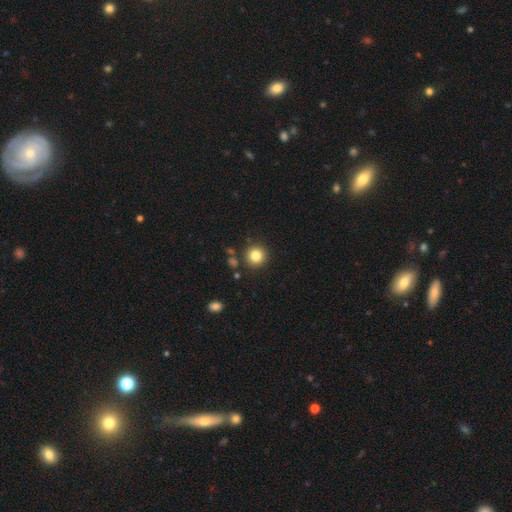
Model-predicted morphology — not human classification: type=smooth (83%); roundness=round (93%); merging=none (87%).